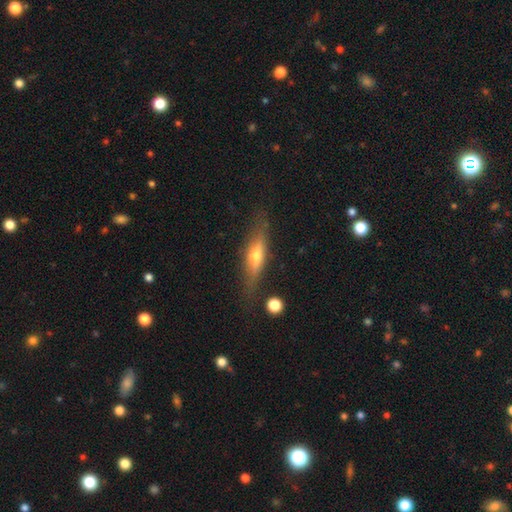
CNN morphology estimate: featured or disk 56%, smooth 36%, star or artifact 8%. Down the decision tree: edge-on disk — yes (89%); merging — none (77%).